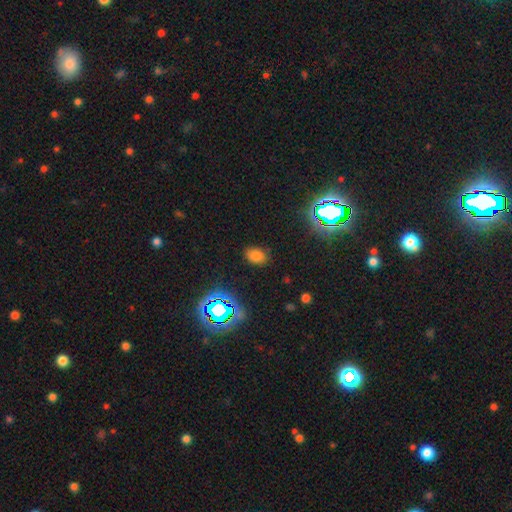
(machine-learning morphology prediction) smooth-or-featured: smooth: 71% | star or artifact: 23% | featured or disk: 6%
  how-rounded: in between: 80% | round: 19% | cigar-shaped: 1%
  merging: none: 82% | minor disturbance: 13% | major disturbance: 4% | merger: 2%